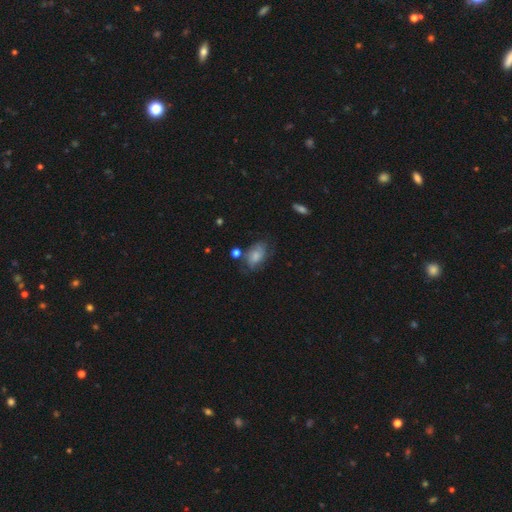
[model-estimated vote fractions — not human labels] Morphology: type=smooth (62%); roundness=in between (85%); merging=none (53%).